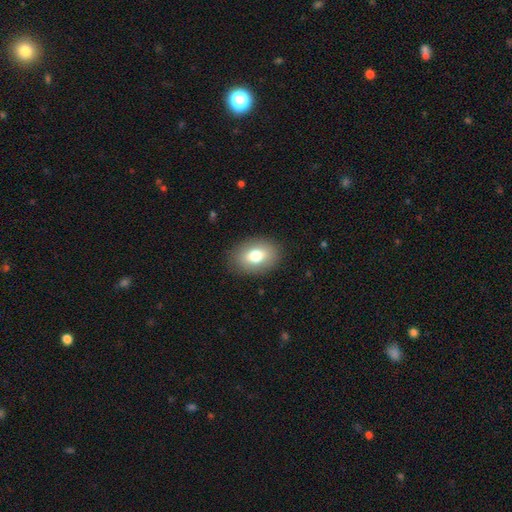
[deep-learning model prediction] Smooth or featured? Predicted: smooth (p=0.75). How rounded? Predicted: in between (p=0.78). Merging? Predicted: none (p=0.86).